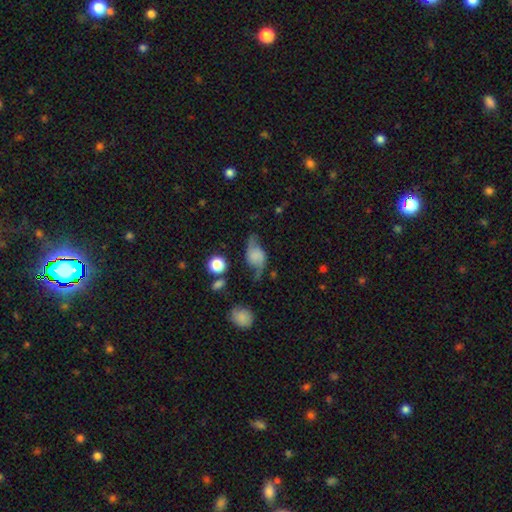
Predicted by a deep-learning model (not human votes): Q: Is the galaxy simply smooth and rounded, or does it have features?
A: featured or disk — 69%.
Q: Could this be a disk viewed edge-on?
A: no — 94%.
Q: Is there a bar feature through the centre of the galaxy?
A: no — 67%.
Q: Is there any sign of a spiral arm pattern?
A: yes — 93%.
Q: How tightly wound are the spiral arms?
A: loose — 83%.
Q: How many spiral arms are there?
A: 2 — 93%.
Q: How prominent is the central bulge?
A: none — 51%.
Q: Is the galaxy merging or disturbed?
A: none — 60%.